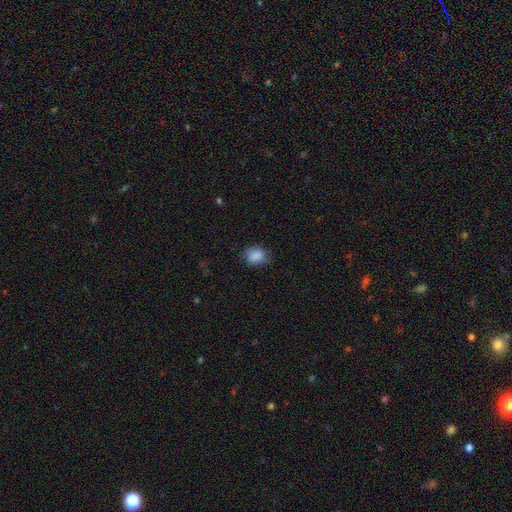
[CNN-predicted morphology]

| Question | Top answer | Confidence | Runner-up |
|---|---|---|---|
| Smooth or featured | smooth | 86% | star or artifact (8%) |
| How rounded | in between | 51% | round (48%) |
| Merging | none | 71% | minor disturbance (22%) |